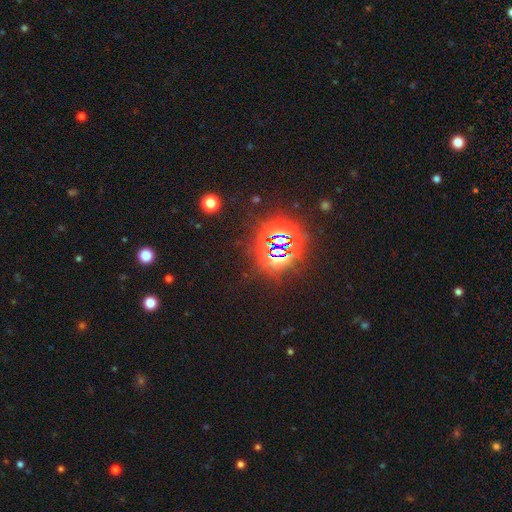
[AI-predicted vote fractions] Smooth or featured? Predicted: star or artifact (p=0.85).